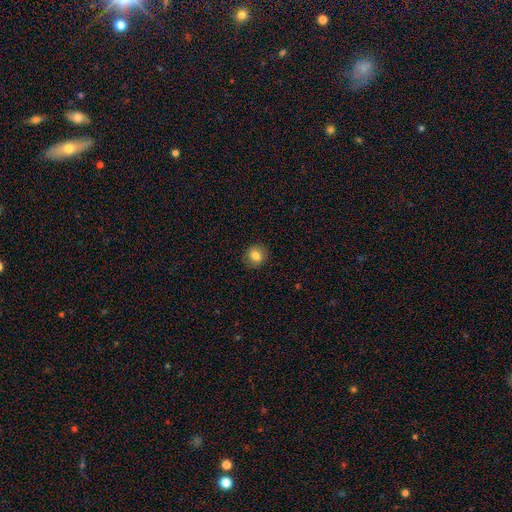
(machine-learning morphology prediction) type=smooth (81%); roundness=round (84%); merging=none (89%).